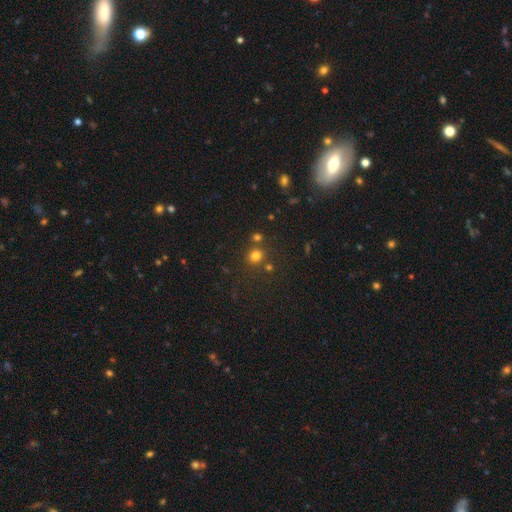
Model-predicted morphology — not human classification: Overall: smooth (76%). How rounded: round (85%). Merging: none (74%).